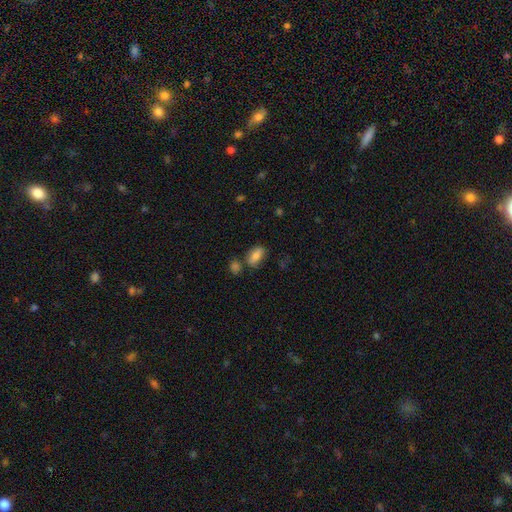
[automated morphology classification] Smooth or featured: smooth — 81% (featured or disk — 10%)
How rounded: in between — 89% (round — 6%)
Merging: none — 67% (minor disturbance — 15%)